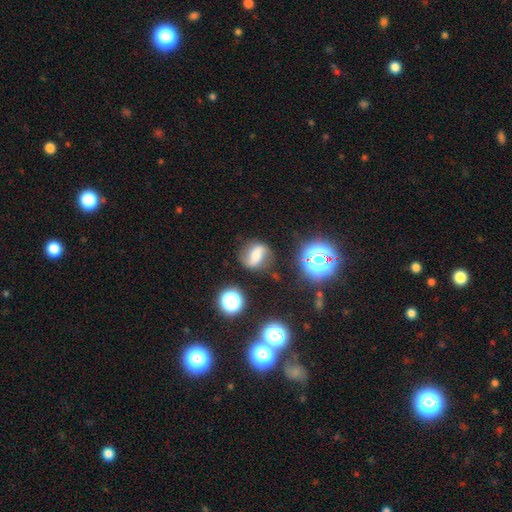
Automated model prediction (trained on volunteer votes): Smooth or featured: featured or disk — 52% (smooth — 34%)
Edge-on disk: no — 91% (yes — 9%)
Merging: none — 73% (minor disturbance — 16%)